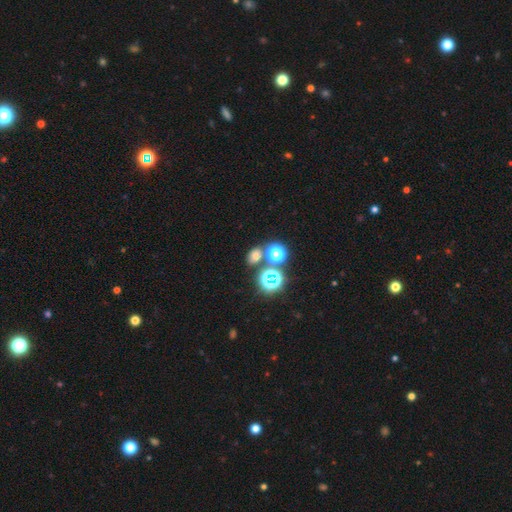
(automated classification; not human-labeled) smooth 60%, star or artifact 30%, featured or disk 9%. Down the decision tree: how rounded — in between (58%); merging — none (69%).